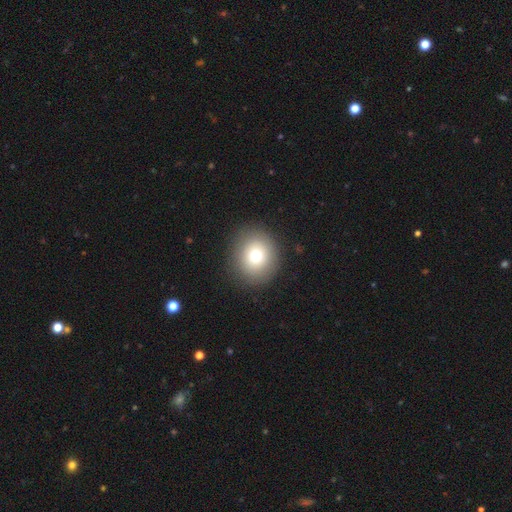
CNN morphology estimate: This appears to be a smooth galaxy with no disk features (74%) that is round (84%). Merging: none (89%).